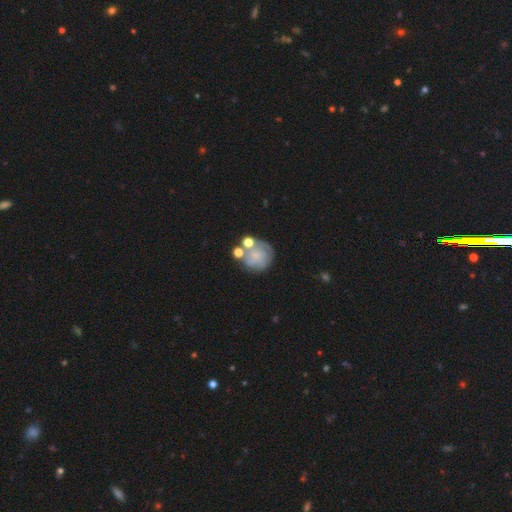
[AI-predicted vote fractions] Smooth or featured: featured or disk — 46% (smooth — 43%)
Merging: none — 52% (minor disturbance — 18%)